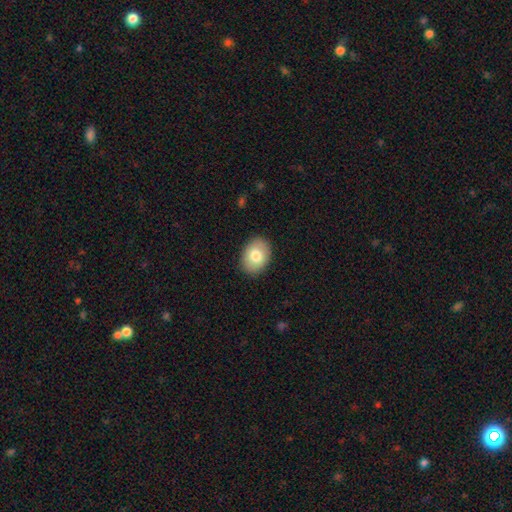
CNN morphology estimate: This is likely a smooth galaxy (79%). How rounded: likely in between (74%). Merging: clearly none (89%).